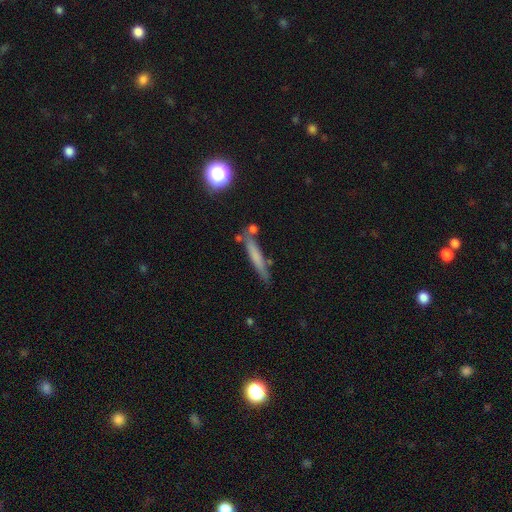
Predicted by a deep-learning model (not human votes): smooth_or_featured: smooth (p=0.59) [alt: featured or disk p=0.31]
how_rounded: cigar-shaped (p=0.92) [alt: in between p=0.06]
merging: none (p=0.74) [alt: minor disturbance p=0.15]